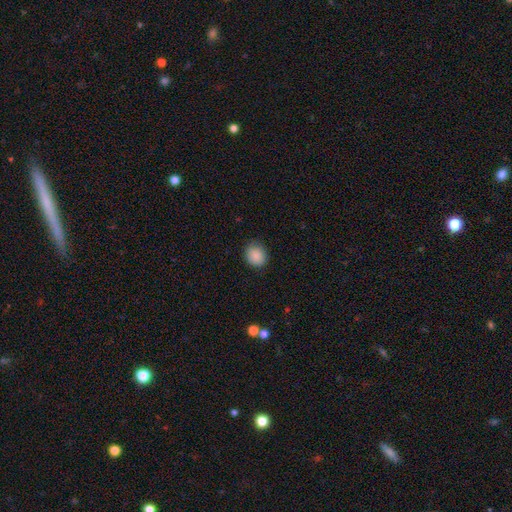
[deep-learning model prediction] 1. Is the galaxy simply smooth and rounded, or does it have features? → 88% smooth, 8% star or artifact, 3% featured or disk.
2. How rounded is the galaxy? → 70% round, 29% in between, 1% cigar-shaped.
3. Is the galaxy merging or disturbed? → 83% none, 13% minor disturbance, 3% major disturbance, 1% merger.